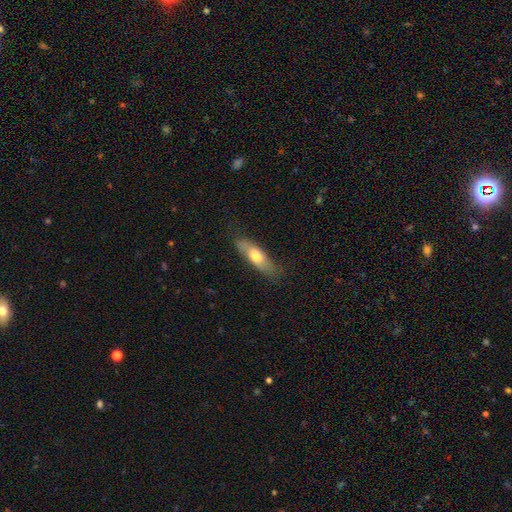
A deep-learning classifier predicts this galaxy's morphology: smooth-or-featured: smooth: 65% | featured or disk: 29% | star or artifact: 6%
  how-rounded: cigar-shaped: 49% (tied) | in between: 49% (tied) | round: 3%
  merging: none: 75% | minor disturbance: 19% | major disturbance: 4% | merger: 1%